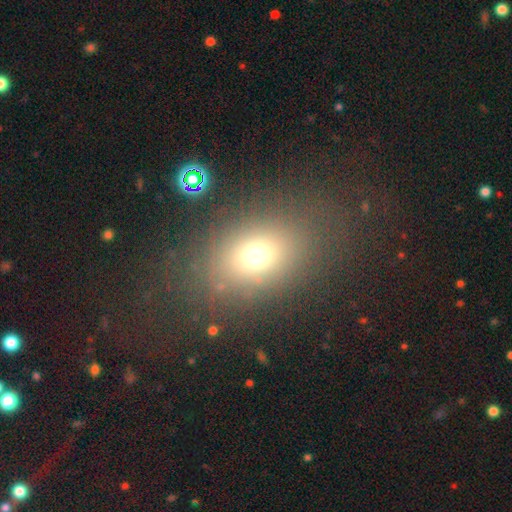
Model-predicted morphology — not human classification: Smooth or featured? smooth (67%)
How rounded? in between (57%)
Merging? none (77%)